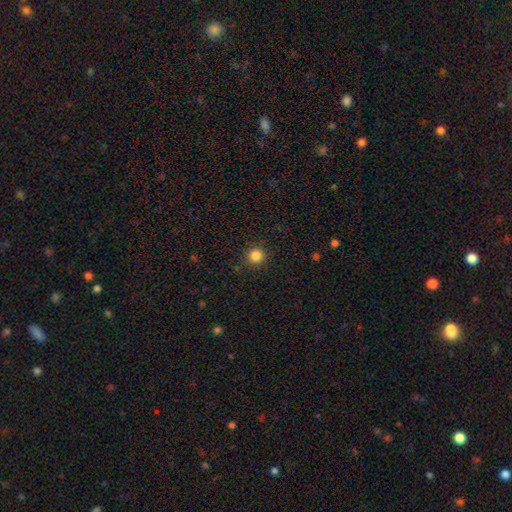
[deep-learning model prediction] A smooth galaxy with no disk features (84%) that is round (95%).

Vote fractions:
- Smooth or featured? smooth: 84% / star or artifact: 12% / featured or disk: 4%
- How rounded? round: 95% / in between: 4% / cigar-shaped: 1%
- Merging? none: 90% / minor disturbance: 6% / major disturbance: 2% / merger: 1%